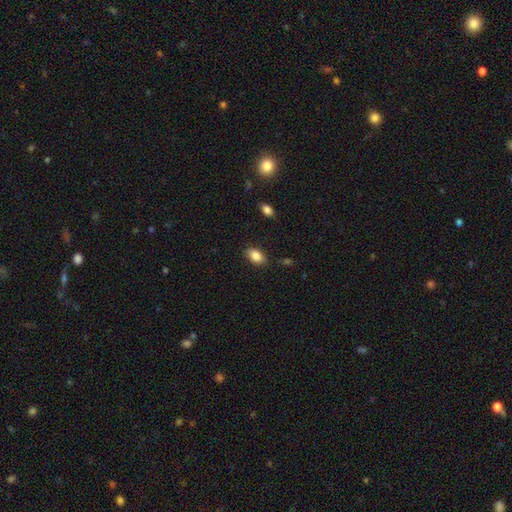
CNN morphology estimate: The model was most divided on "merging": none: 83%, minor disturbance: 12%, major disturbance: 3%, merger: 2%. More confident: how rounded — in between (88%); smooth or featured — smooth (86%).